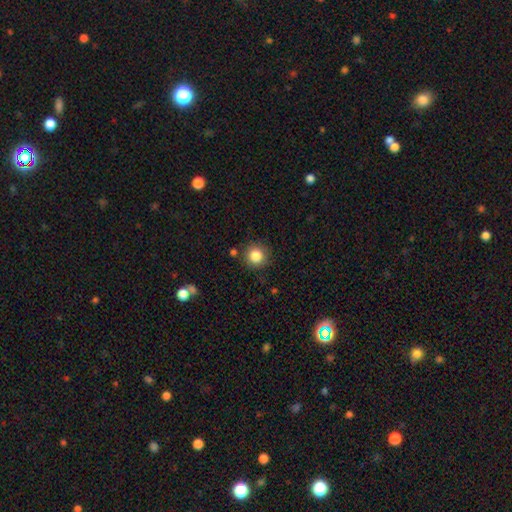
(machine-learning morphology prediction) type=smooth (85%); roundness=round (94%); merging=none (86%).